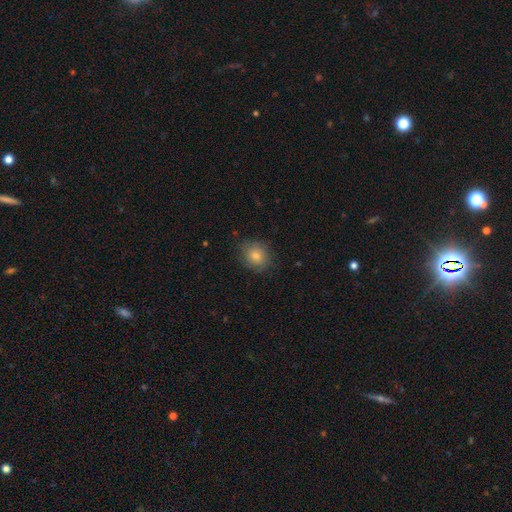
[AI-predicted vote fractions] Smooth or featured? Predicted: smooth (p=0.73). How rounded? Predicted: round (p=0.71). Merging? Predicted: none (p=0.79).